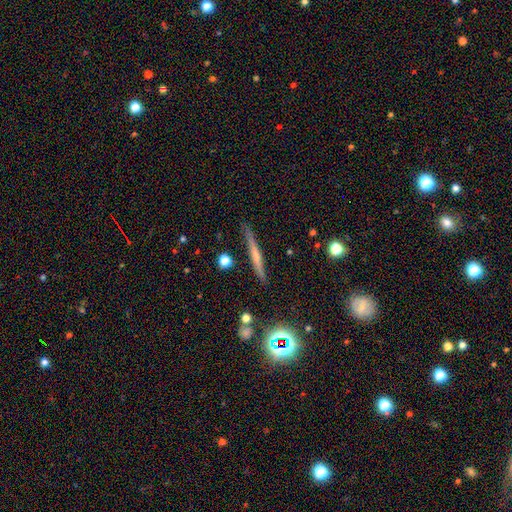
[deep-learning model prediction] smooth_or_featured: featured or disk (p=0.54) [alt: smooth p=0.26]
disk_edge_on: yes (p=0.93) [alt: no p=0.07]
edge_on_bulge: rounded (p=0.59) [alt: none p=0.32]
merging: none (p=0.87) [alt: minor disturbance p=0.08]